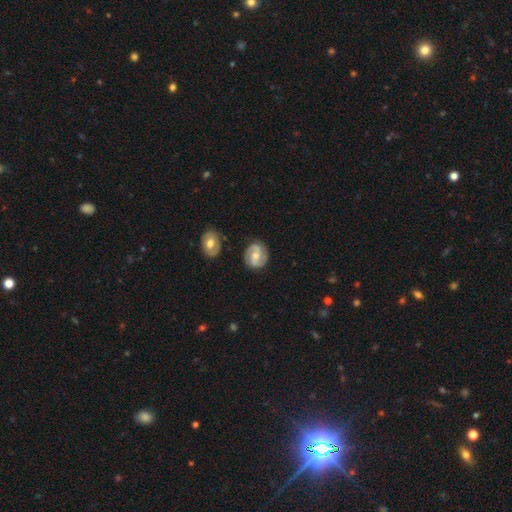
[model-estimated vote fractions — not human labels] featured or disk 79%, smooth 15%, star or artifact 6%. Down the decision tree: edge-on disk — no (97%); bar — no (43%); spiral arms — yes (95%); spiral arm count — 2 (91%); spiral winding — medium (51%); bulge size — moderate (63%); merging — none (83%).